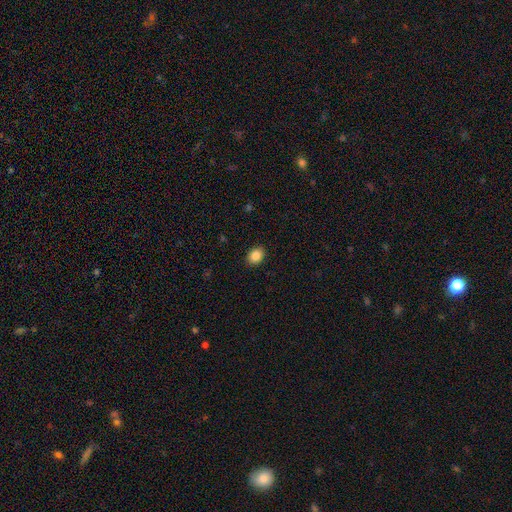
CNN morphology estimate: Smooth or featured: smooth — 87% (star or artifact — 9%)
How rounded: in between — 54% (round — 45%)
Merging: none — 91% (minor disturbance — 7%)